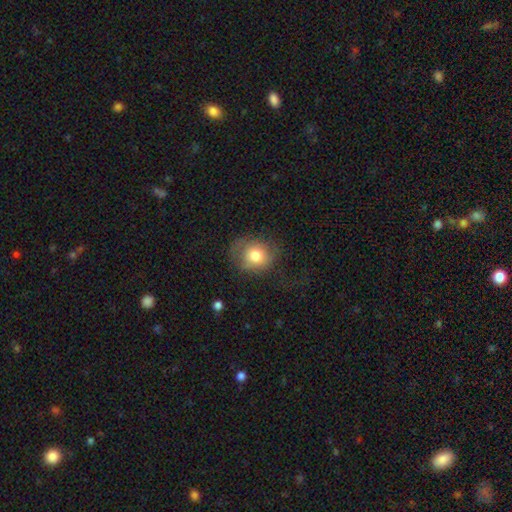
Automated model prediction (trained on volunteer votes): This appears to be a smooth galaxy with no disk features (74%) that is round (68%). Merging: none (54%).